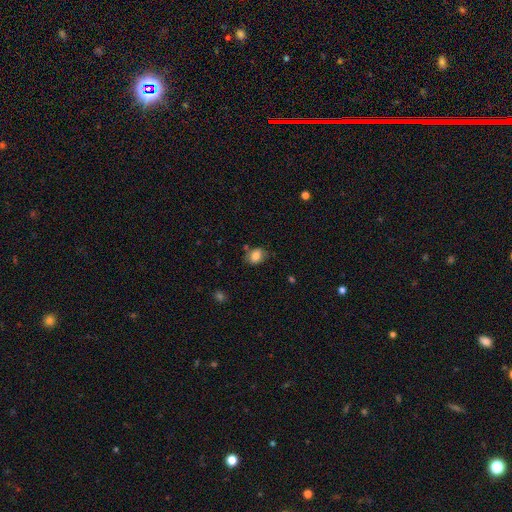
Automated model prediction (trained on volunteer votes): Smooth or featured? Predicted: smooth (p=0.77). How rounded? Predicted: in between (p=0.65). Merging? Predicted: none (p=0.69).